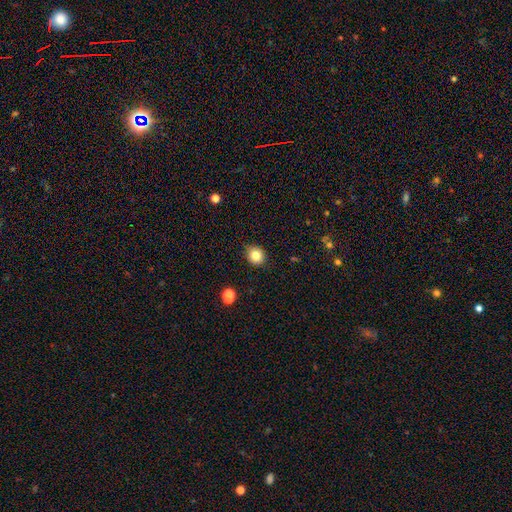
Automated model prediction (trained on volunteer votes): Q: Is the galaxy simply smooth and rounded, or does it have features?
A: smooth — 81%.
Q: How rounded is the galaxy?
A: round — 76%.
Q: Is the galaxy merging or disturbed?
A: none — 85%.